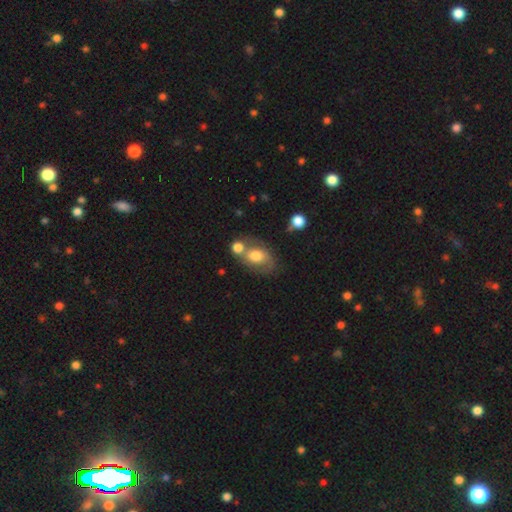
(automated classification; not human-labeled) smooth 57%, featured or disk 34%, star or artifact 9%. Down the decision tree: how rounded — in between (72%); merging — none (40%).